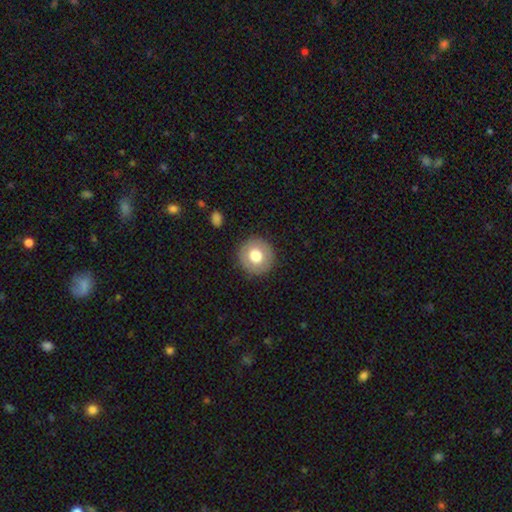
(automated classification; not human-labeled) smooth 71%, featured or disk 21%, star or artifact 8%. Down the decision tree: how rounded — round (95%); merging — none (90%).